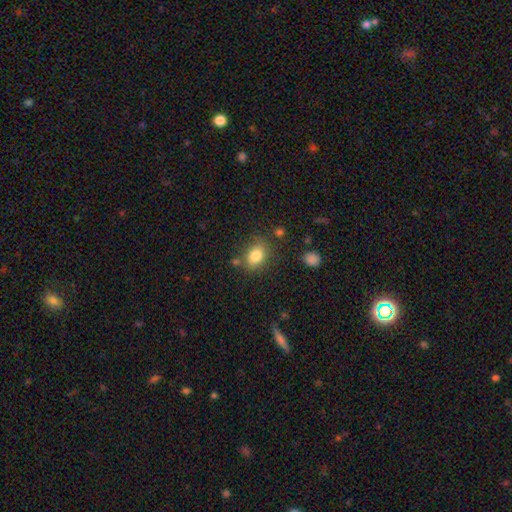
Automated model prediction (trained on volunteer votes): A smooth galaxy with no disk features (82%) that is in between round and cigar-shaped (70%). Merging: none (73%).